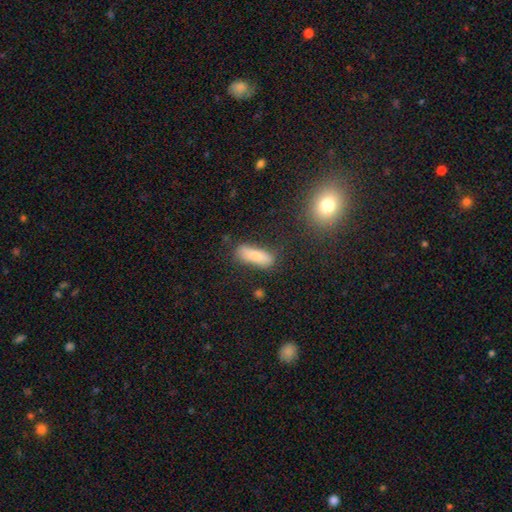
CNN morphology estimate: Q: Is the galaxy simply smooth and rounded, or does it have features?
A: smooth — 84%.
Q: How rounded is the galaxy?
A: in between — 51%.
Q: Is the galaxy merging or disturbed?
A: none — 76%.